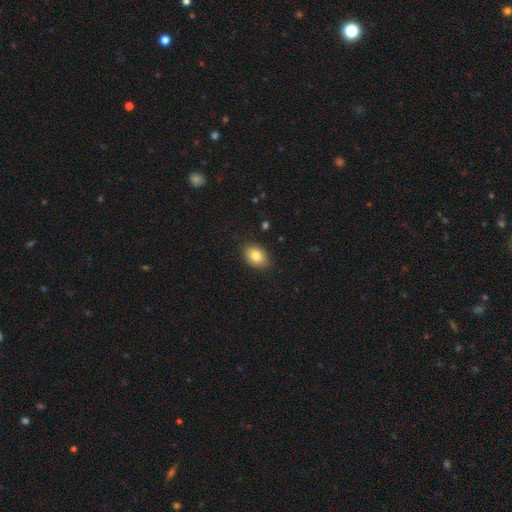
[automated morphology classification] This is clearly a smooth galaxy (82%). How rounded: likely in between (73%). Merging: clearly none (85%).